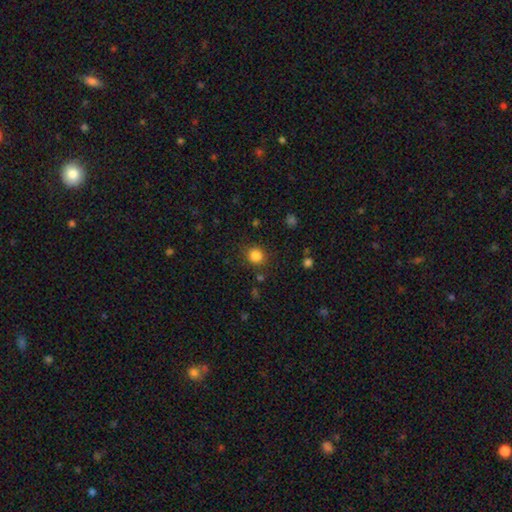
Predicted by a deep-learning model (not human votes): smooth_or_featured: smooth (p=0.84) [alt: star or artifact p=0.12]
how_rounded: round (p=0.85) [alt: in between p=0.14]
merging: none (p=0.85) [alt: minor disturbance p=0.09]